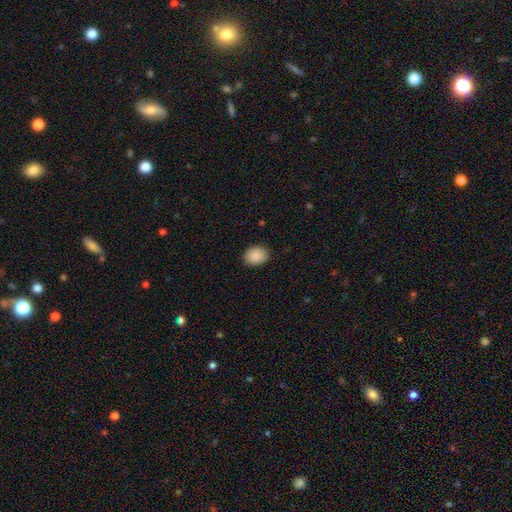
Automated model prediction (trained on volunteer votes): Smooth or featured? smooth (90%)
How rounded? in between (55%)
Merging? none (88%)